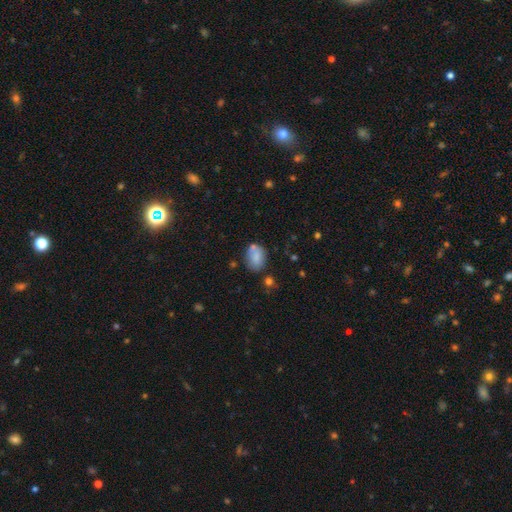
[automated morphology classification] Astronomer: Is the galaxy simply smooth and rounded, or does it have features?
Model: smooth — 79%.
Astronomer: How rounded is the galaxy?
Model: in between — 78%.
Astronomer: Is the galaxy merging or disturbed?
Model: none — 60%.